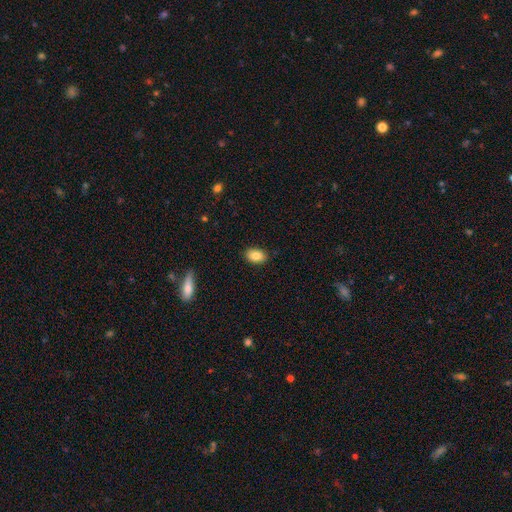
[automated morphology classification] Overall: smooth (85%). How rounded: in between (87%). Merging: none (89%).